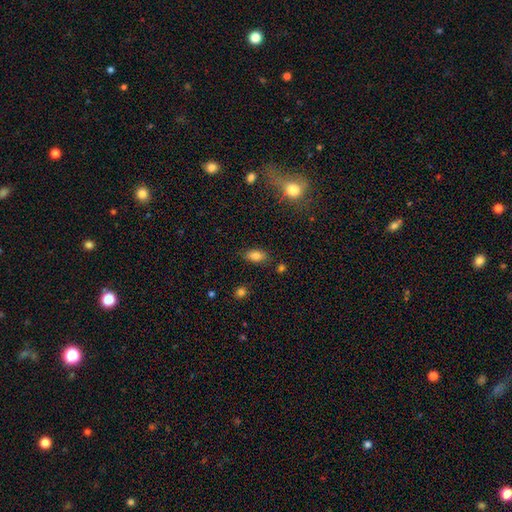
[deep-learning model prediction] smooth-or-featured: smooth: 82% | star or artifact: 10% | featured or disk: 7%
  how-rounded: in between: 89% | round: 7% | cigar-shaped: 4%
  merging: none: 82% | minor disturbance: 12% | major disturbance: 3% | merger: 3%